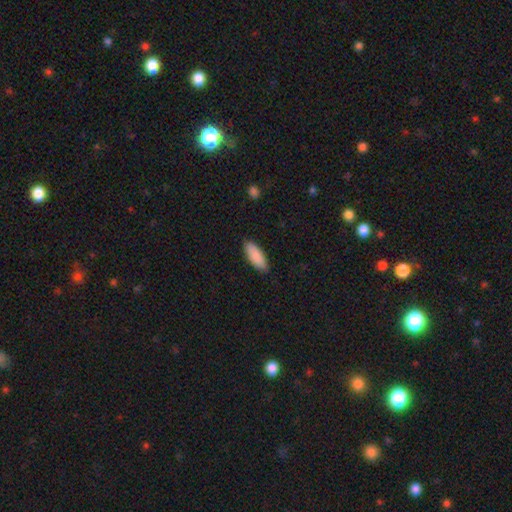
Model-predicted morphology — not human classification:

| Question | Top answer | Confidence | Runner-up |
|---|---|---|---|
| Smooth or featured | smooth | 89% | featured or disk (6%) |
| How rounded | in between | 76% | cigar-shaped (22%) |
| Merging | none | 88% | minor disturbance (9%) |